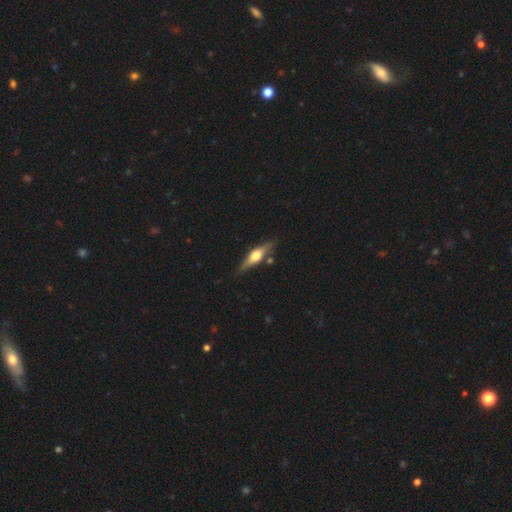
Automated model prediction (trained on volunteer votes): A featured or disk galaxy (66%) viewed edge-on (95%) with a rounded central bulge (93%). Merging: none (81%).